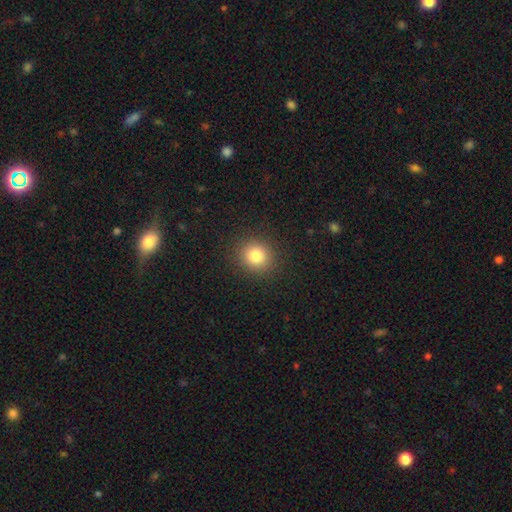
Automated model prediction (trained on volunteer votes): A smooth galaxy with no disk features (82%) that is round (84%).

Vote fractions:
- Smooth or featured? smooth: 82% / star or artifact: 12% / featured or disk: 7%
- How rounded? round: 84% / in between: 15% / cigar-shaped: 1%
- Merging? none: 90% / minor disturbance: 7% / major disturbance: 3% / merger: 1%